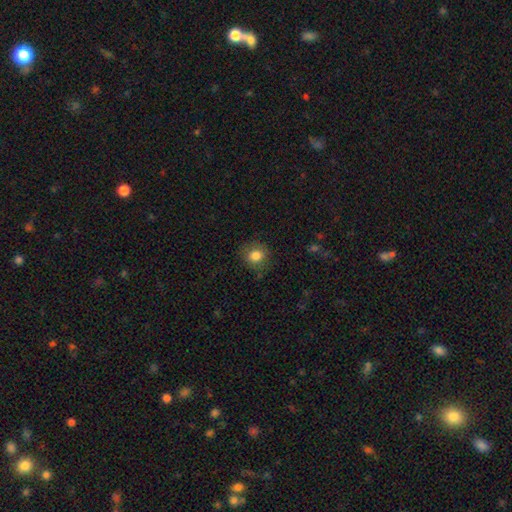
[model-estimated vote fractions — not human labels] The model was most divided on "how rounded": round: 73%, in between: 26%, cigar-shaped: 1%. More confident: smooth or featured — smooth (82%); merging — none (80%).